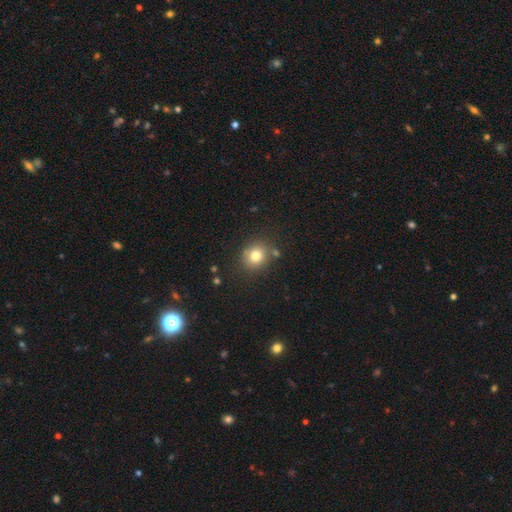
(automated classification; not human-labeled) smooth_or_featured: smooth (p=0.79) [alt: star or artifact p=0.13]
how_rounded: round (p=0.79) [alt: in between p=0.20]
merging: none (p=0.79) [alt: minor disturbance p=0.11]